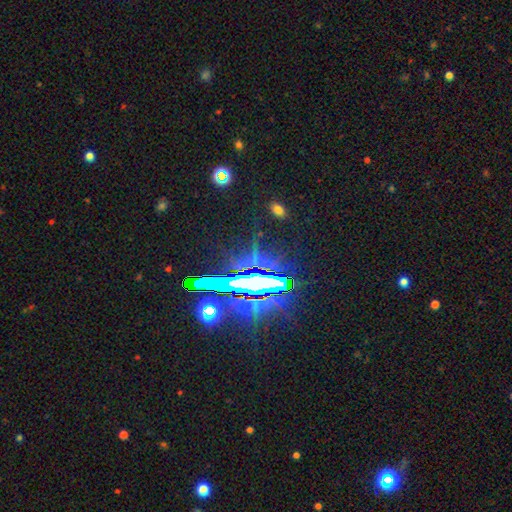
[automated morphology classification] This appears to be a star or artifact, not a galaxy (72%).